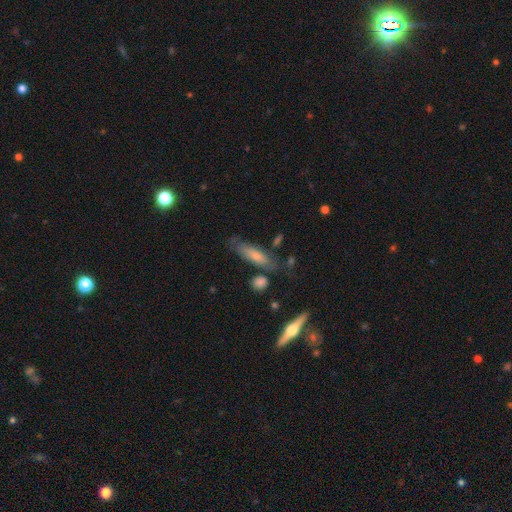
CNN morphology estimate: Overall: smooth (53%; featured or disk 39%). How rounded: cigar-shaped (65%; in between 33%). Merging: none (69%).